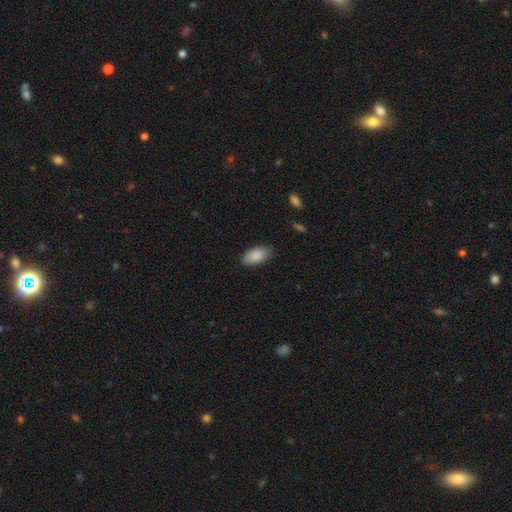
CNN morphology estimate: Smooth or featured? smooth (88%)
How rounded? in between (94%)
Merging? none (83%)